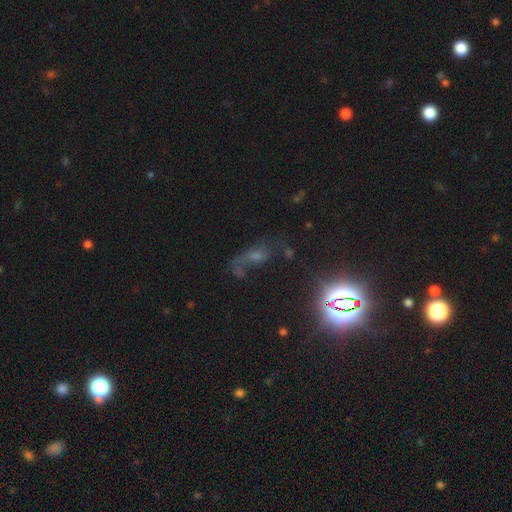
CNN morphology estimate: star or artifact 44%, featured or disk 31%, smooth 25%.